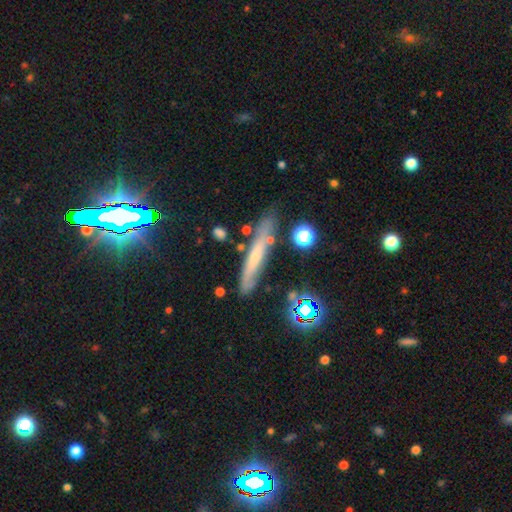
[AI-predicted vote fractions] Smooth or featured? Predicted: featured or disk (p=0.46). Merging? Predicted: none (p=0.77).